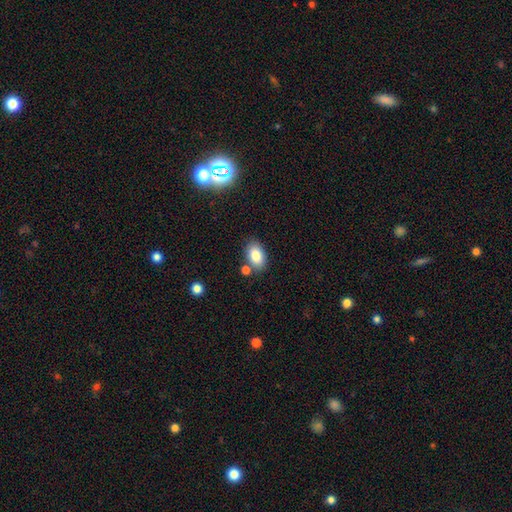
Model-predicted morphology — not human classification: type=smooth (84%); roundness=in between (89%); merging=none (75%).